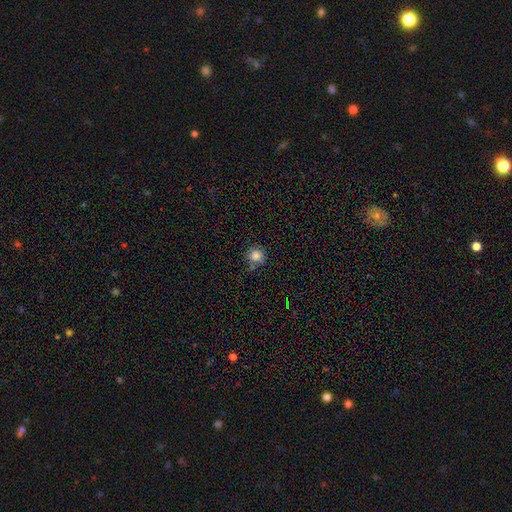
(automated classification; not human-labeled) smooth 83%, star or artifact 12%, featured or disk 5%. Down the decision tree: how rounded — round (91%); merging — none (76%).